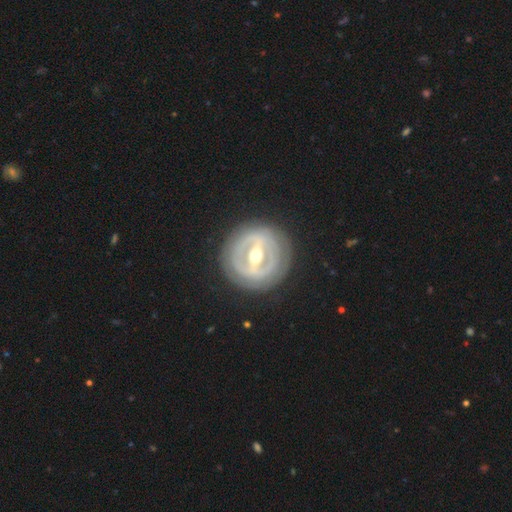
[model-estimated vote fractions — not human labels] This is clearly a featured or disk galaxy (81%). It is clearly not viewed edge-on (88%). Bar: likely strong (71%). Spiral arm pattern: likely no (63%). Central bulge: likely moderate (74%). Merging: clearly none (85%).